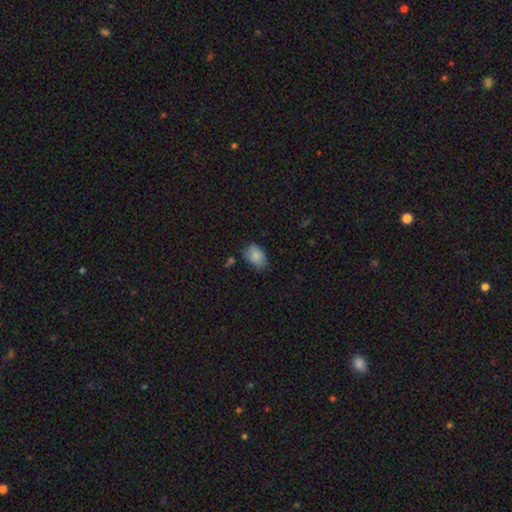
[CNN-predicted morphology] A smooth galaxy with no disk features (85%) that is in between round and cigar-shaped (86%). Merging: none (64%).